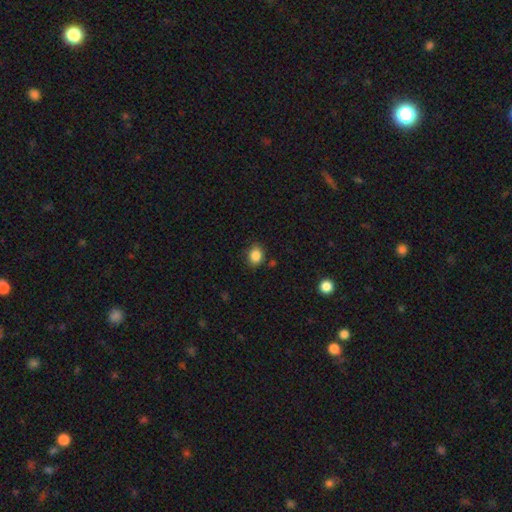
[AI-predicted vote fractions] This appears to be a smooth galaxy with no disk features (86%) that is round (51%). Merging: none (80%).